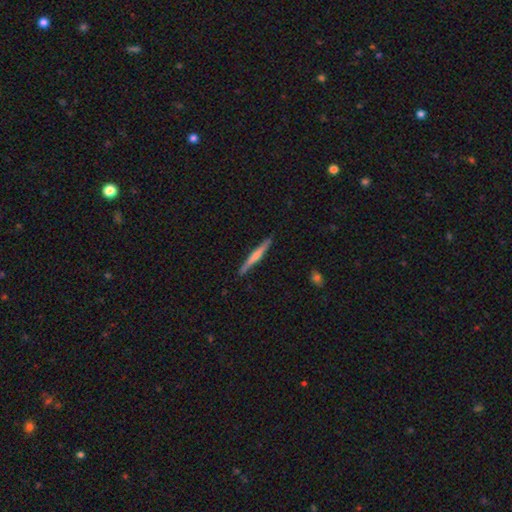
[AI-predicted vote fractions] This is likely a featured or disk galaxy (63%). It is clearly viewed edge-on (98%). Edge-on bulge: likely rounded (63%). Merging: clearly none (91%).